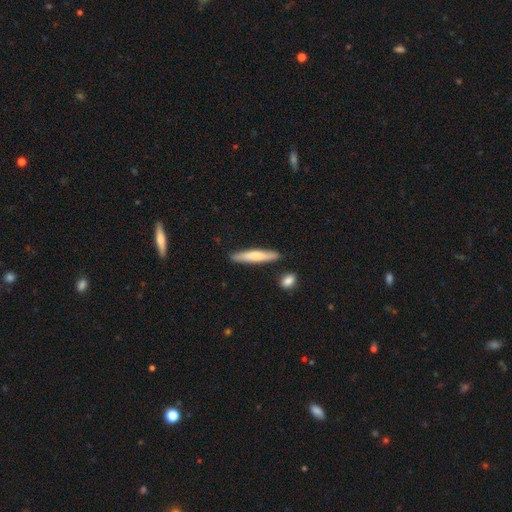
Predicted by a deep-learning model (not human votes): smooth-or-featured: smooth: 68% | featured or disk: 27% | star or artifact: 5%
  how-rounded: cigar-shaped: 90% | in between: 8% | round: 1%
  merging: none: 84% | minor disturbance: 10% | merger: 4% | major disturbance: 2%